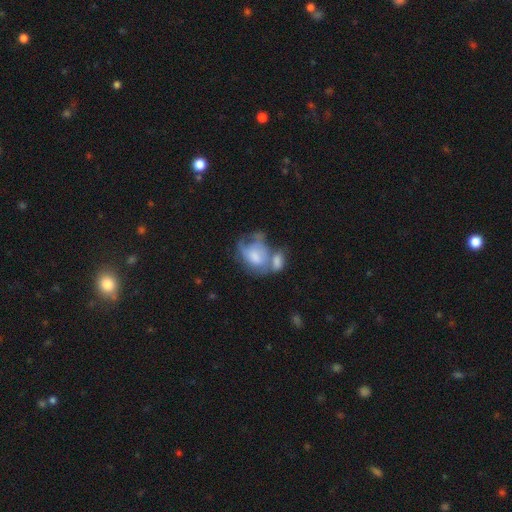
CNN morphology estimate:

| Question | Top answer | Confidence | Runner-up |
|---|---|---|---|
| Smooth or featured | smooth | 50% | featured or disk (43%) |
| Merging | merger | 47% | major disturbance (23%) |